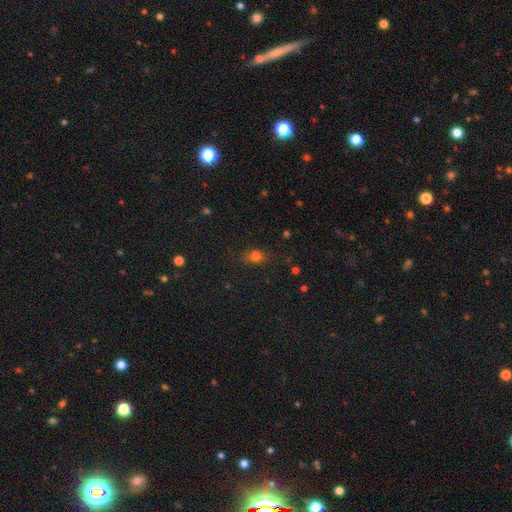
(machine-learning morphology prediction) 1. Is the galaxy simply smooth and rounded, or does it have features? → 68% smooth, 21% star or artifact, 10% featured or disk.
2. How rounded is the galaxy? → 61% in between, 35% round, 4% cigar-shaped.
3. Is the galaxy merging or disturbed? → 64% none, 19% minor disturbance, 9% merger, 8% major disturbance.